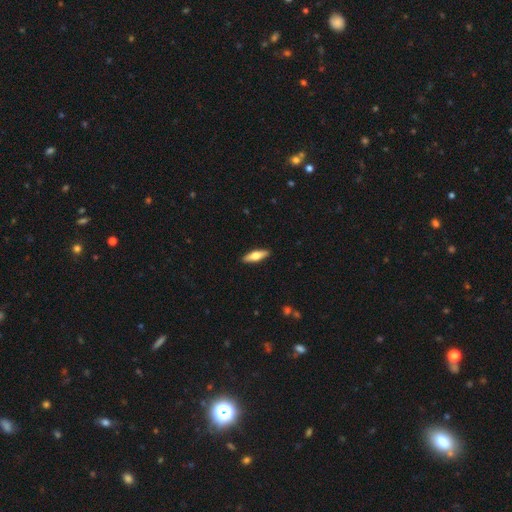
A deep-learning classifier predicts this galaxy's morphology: Q: Smooth or featured?
A: smooth (57%); runner-up: featured or disk (38%)
Q: How rounded?
A: cigar-shaped (50%); runner-up: in between (47%)
Q: Merging?
A: none (90%); runner-up: minor disturbance (7%)